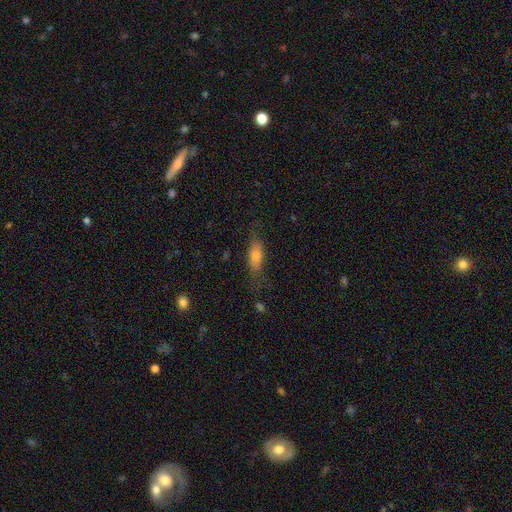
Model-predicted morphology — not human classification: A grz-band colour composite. It shows a smooth galaxy with no disk features (64%) that is in between round and cigar-shaped (52%). Merging: none (71%).